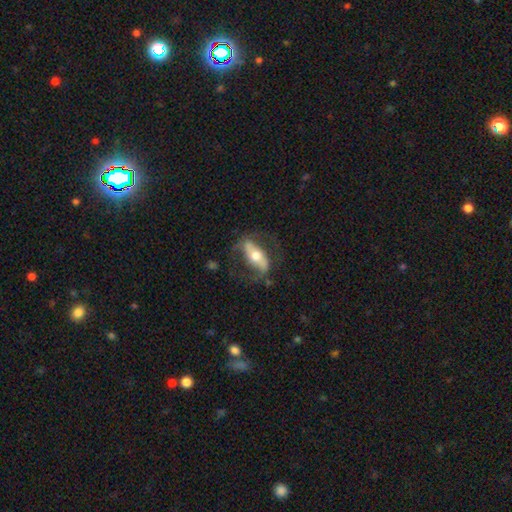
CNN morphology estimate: A featured or disk galaxy (62%).

Vote fractions:
- Smooth or featured? featured or disk: 62% / smooth: 32% / star or artifact: 6%
- Edge-on disk? no: 67% / yes: 33%
- Merging? none: 67% / minor disturbance: 18% / major disturbance: 14% / merger: 2%